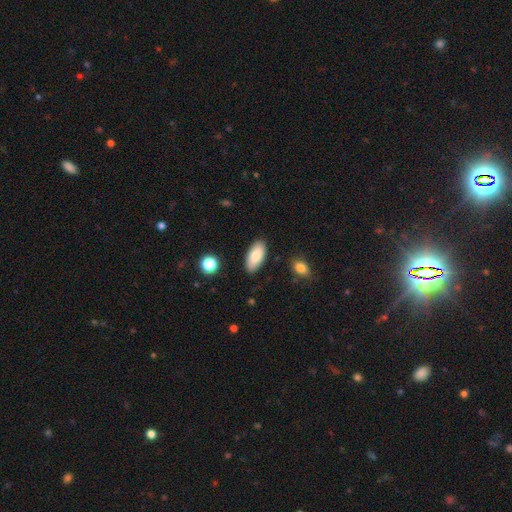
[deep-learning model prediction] smooth-or-featured: smooth: 83% | featured or disk: 10% | star or artifact: 6%
  how-rounded: in between: 91% | cigar-shaped: 7% | round: 2%
  merging: none: 86% | minor disturbance: 10% | major disturbance: 2% | merger: 2%